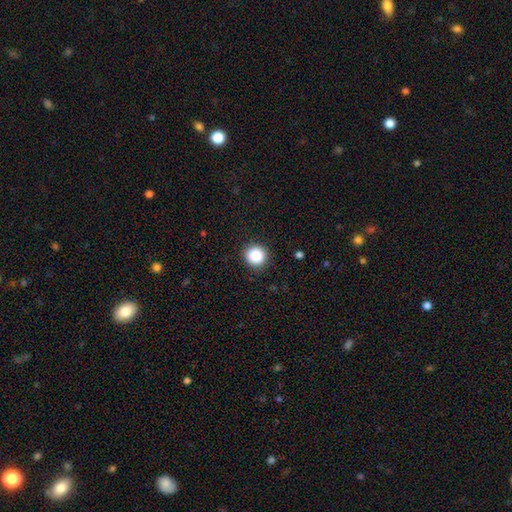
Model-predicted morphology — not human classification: Smooth or featured: smooth — 88% (star or artifact — 10%)
How rounded: round — 94% (in between — 5%)
Merging: none — 91% (minor disturbance — 6%)